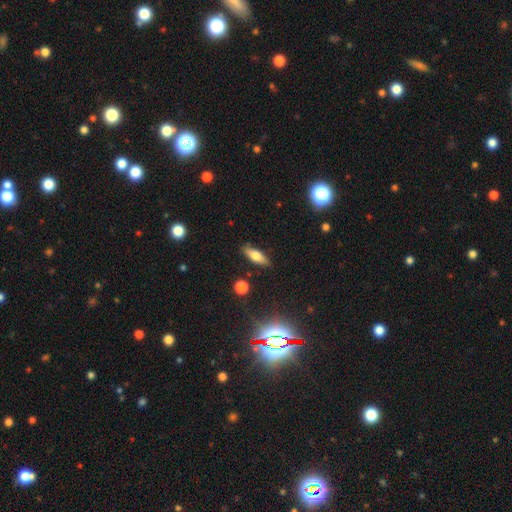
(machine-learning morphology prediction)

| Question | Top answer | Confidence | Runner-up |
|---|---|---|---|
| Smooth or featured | smooth | 64% | featured or disk (27%) |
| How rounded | in between | 59% | cigar-shaped (38%) |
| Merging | none | 84% | minor disturbance (11%) |